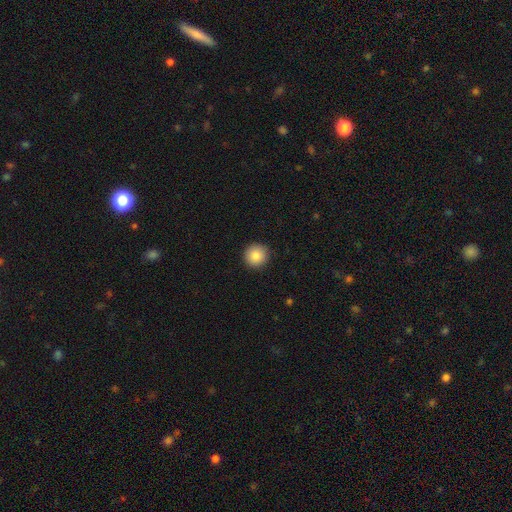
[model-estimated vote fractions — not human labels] A smooth galaxy with no disk features (86%) that is round (95%). Merging: none (92%).